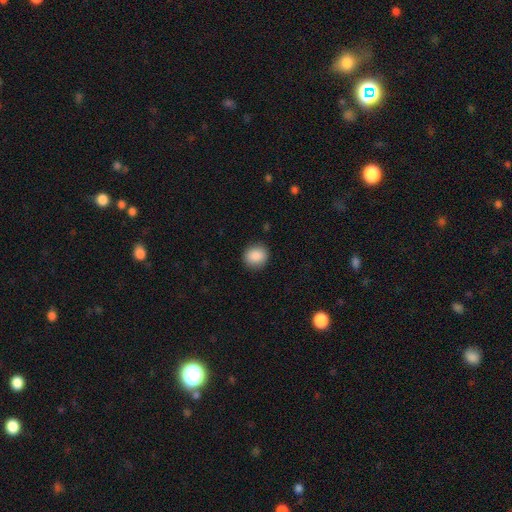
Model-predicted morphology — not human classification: Smooth or featured? Predicted: smooth (p=0.89). How rounded? Predicted: round (p=0.86). Merging? Predicted: none (p=0.89).